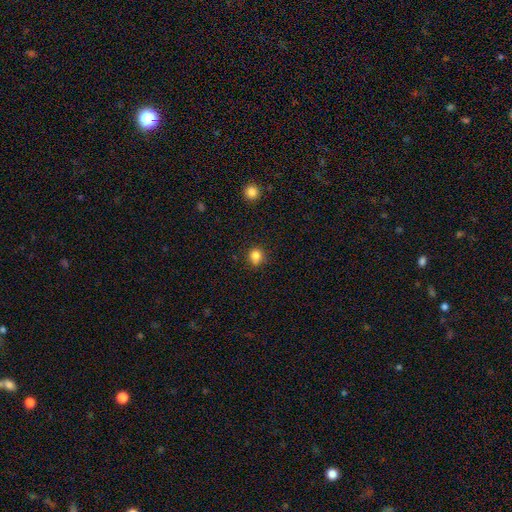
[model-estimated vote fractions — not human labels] A smooth galaxy with no disk features (85%) that is round (84%). Merging: none (84%).